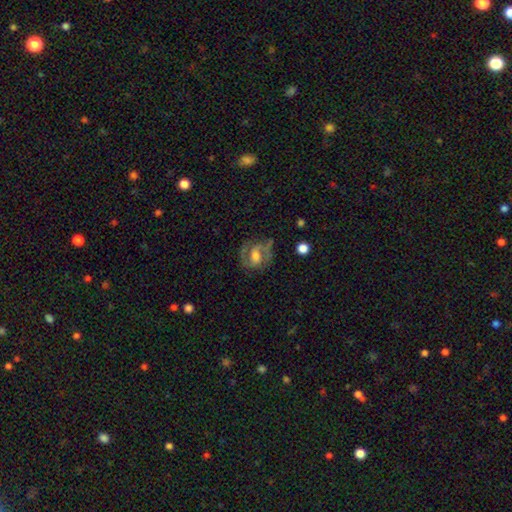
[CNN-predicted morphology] smooth_or_featured: featured or disk (p=0.77) [alt: smooth p=0.16]
disk_edge_on: no (p=0.97) [alt: yes p=0.03]
bar: weak (p=0.49) [alt: no p=0.30]
has_spiral_arms: yes (p=0.90) [alt: no p=0.10]
spiral_winding: medium (p=0.54) [alt: tight p=0.27]
spiral_arm_count: 2 (p=0.85) [alt: can't tell p=0.06]
bulge_size: moderate (p=0.54) [alt: small p=0.25]
merging: none (p=0.65) [alt: minor disturbance p=0.20]